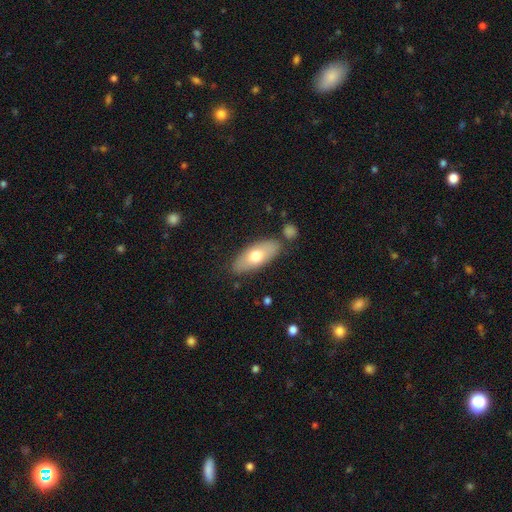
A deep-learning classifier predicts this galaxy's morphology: type=smooth (65%); roundness=in between (80%); merging=none (79%).